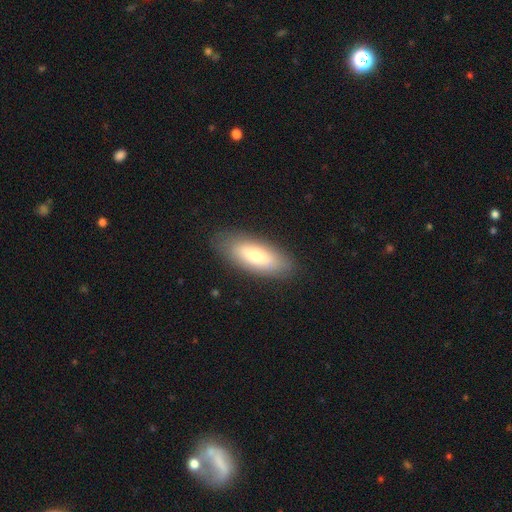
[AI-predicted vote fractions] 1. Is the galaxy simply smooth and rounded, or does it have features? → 71% smooth, 21% featured or disk, 8% star or artifact.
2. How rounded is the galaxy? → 71% in between, 27% cigar-shaped, 2% round.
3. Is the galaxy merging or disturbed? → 88% none, 9% minor disturbance, 2% major disturbance, 1% merger.